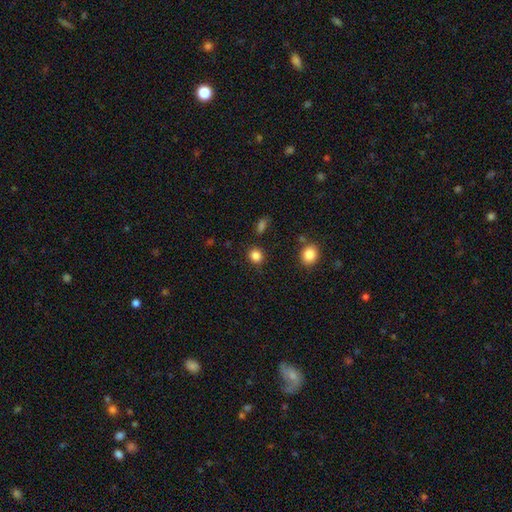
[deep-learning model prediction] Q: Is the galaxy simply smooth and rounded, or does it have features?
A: smooth — 85%.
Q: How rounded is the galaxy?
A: round — 80%.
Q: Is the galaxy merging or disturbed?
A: none — 87%.